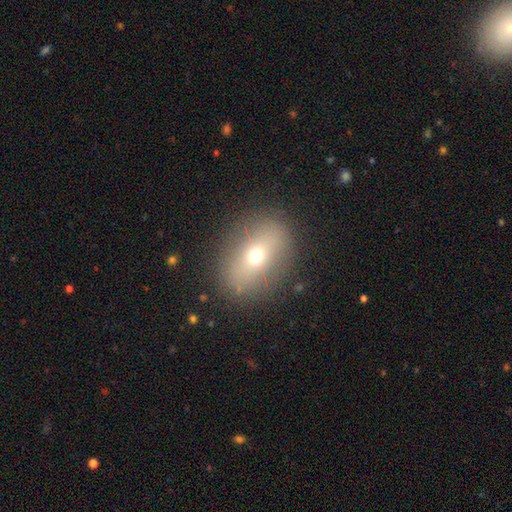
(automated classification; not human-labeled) A smooth galaxy with no disk features (55%) that is in between round and cigar-shaped (66%). Merging: none (87%).